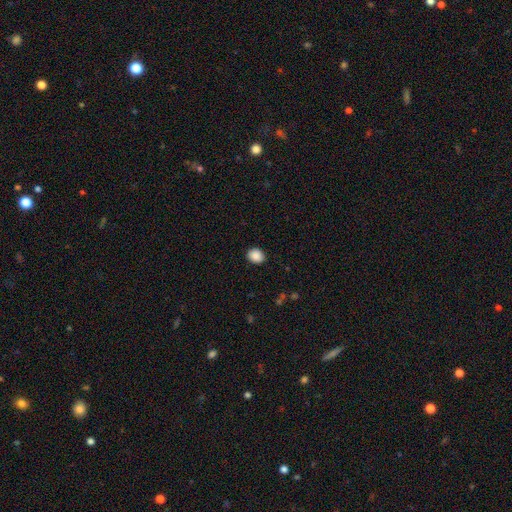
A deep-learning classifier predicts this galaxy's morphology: Overall: smooth (89%). How rounded: round (56%; in between 43%). Merging: none (89%).